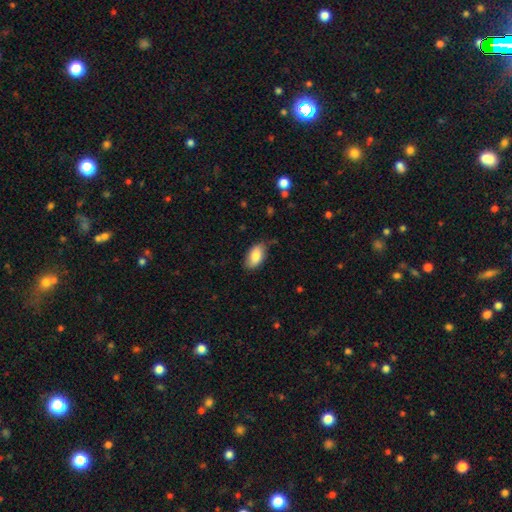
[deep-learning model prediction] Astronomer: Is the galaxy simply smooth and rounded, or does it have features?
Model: smooth — 83%.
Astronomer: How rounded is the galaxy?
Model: in between — 93%.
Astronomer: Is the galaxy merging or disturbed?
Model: none — 74%.